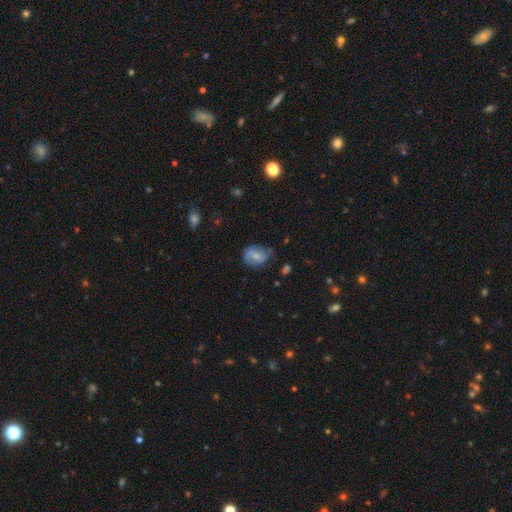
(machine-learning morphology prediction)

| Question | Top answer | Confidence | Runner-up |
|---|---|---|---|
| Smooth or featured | smooth | 61% | featured or disk (31%) |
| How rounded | in between | 64% | round (34%) |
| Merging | none | 53% | minor disturbance (32%) |